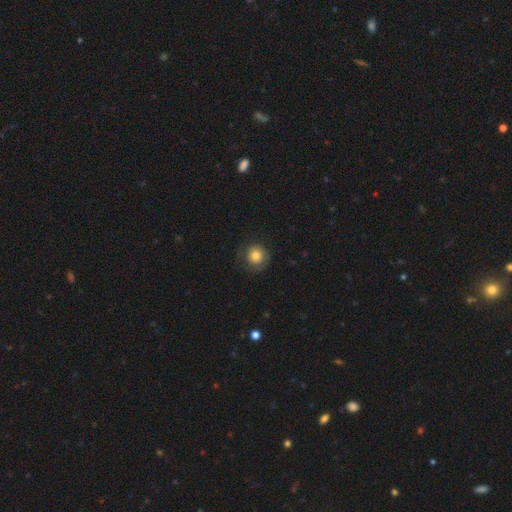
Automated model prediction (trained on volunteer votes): A smooth galaxy with no disk features (72%) that is round (92%).

Vote fractions:
- Smooth or featured? smooth: 72% / featured or disk: 19% / star or artifact: 9%
- How rounded? round: 92% / in between: 7% / cigar-shaped: 1%
- Merging? none: 73% / minor disturbance: 16% / major disturbance: 10% / merger: 1%